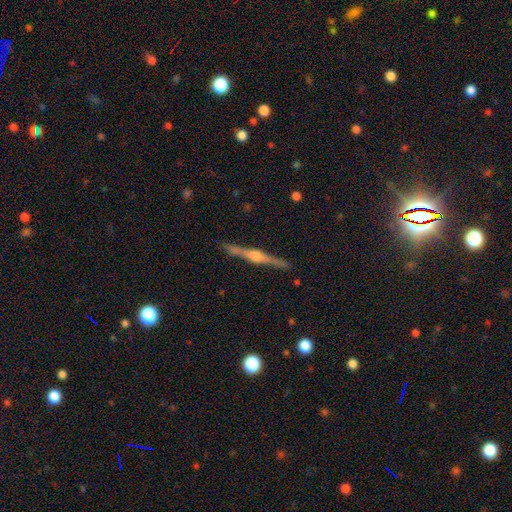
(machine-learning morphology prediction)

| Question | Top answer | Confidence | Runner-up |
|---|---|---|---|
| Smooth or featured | featured or disk | 85% | smooth (9%) |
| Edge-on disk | yes | 98% | no (2%) |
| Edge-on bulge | rounded | 84% | boxy (12%) |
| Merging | none | 91% | minor disturbance (6%) |